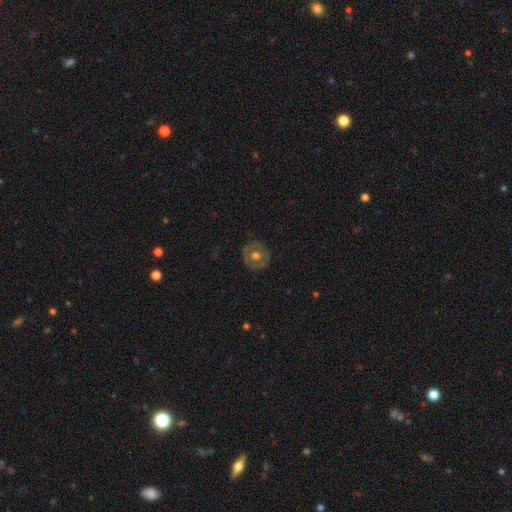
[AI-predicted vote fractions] Overall: featured or disk (47%; smooth 46%). Merging: none (85%).